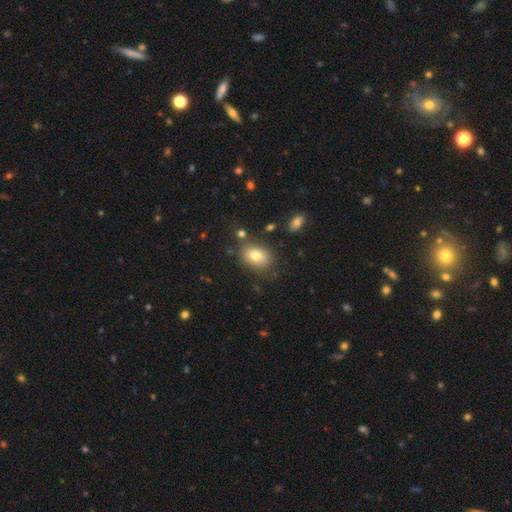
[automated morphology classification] smooth 78%, featured or disk 13%, star or artifact 10%. Down the decision tree: how rounded — in between (76%); merging — none (78%).